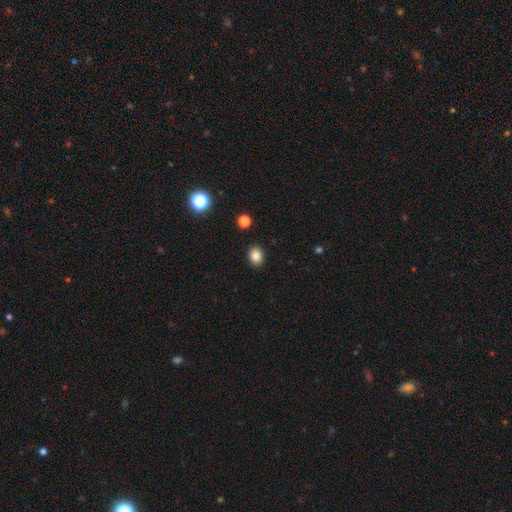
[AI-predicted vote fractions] Smooth or featured? smooth (84%)
How rounded? in between (56%)
Merging? none (90%)